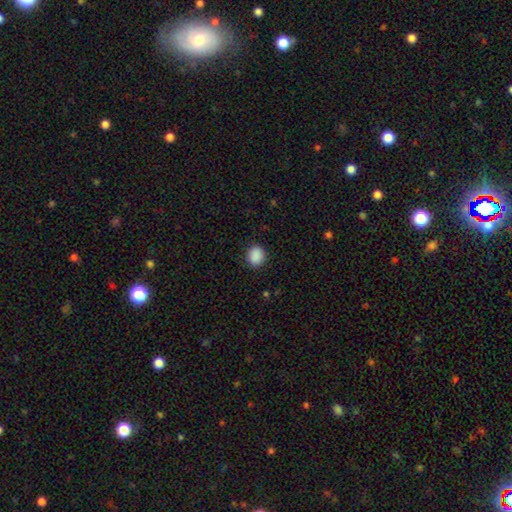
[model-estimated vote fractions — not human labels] A smooth galaxy with no disk features (89%) that is round (68%). Merging: none (88%).